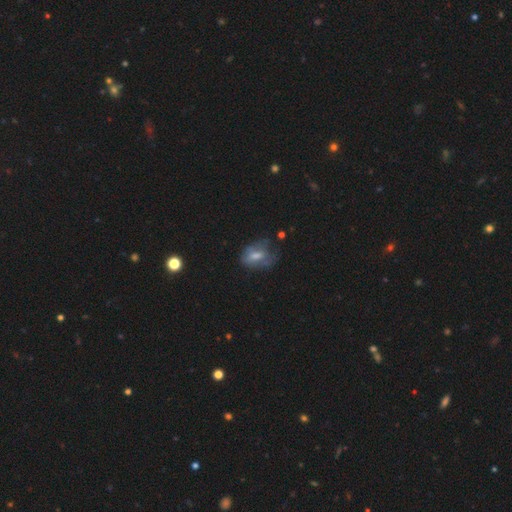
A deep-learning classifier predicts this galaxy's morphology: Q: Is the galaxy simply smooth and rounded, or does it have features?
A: smooth — 54%.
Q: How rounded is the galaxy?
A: in between — 76%.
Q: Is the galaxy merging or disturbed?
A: none — 42%.